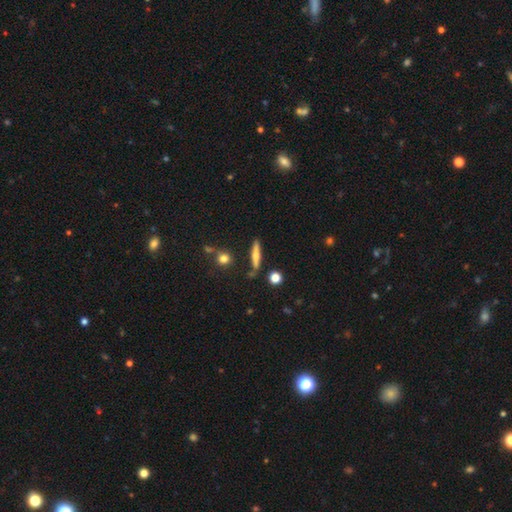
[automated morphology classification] A smooth galaxy with no disk features (54%) that is cigar-shaped (85%). Merging: none (81%).